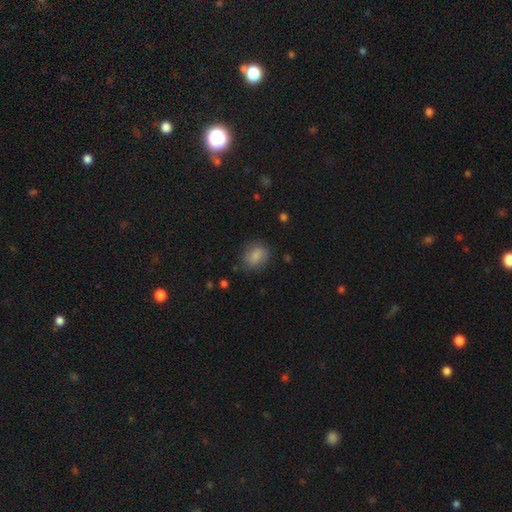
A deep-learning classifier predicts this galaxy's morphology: Overall: smooth (83%). How rounded: round (51%; in between 48%). Merging: none (76%).